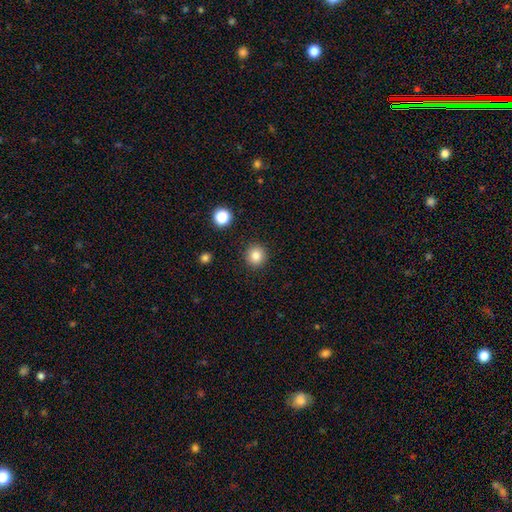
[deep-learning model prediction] Morphology: type=smooth (83%); roundness=round (94%); merging=none (91%).